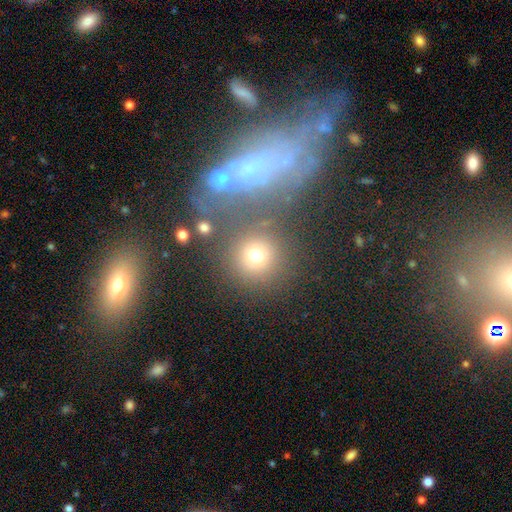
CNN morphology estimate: The model was most divided on "smooth or featured": smooth: 69%, star or artifact: 20%, featured or disk: 11%. More confident: how rounded — round (91%); merging — none (72%).